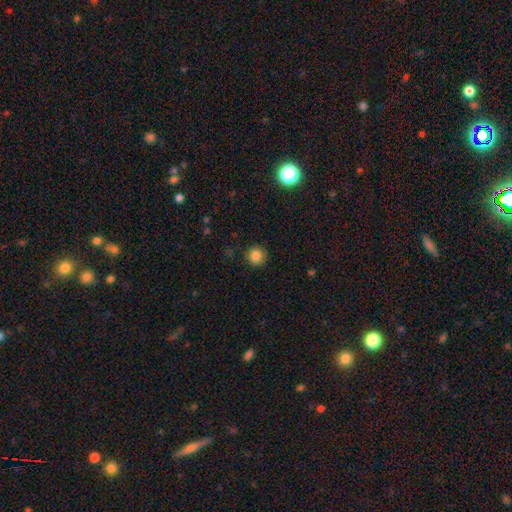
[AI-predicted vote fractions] Smooth or featured?
  - smooth: 85% *
  - star or artifact: 11%
  - featured or disk: 5%
How rounded?
  - round: 93% *
  - in between: 6%
  - cigar-shaped: 1%
Merging?
  - none: 87% *
  - minor disturbance: 9%
  - major disturbance: 3%
  - merger: 1%